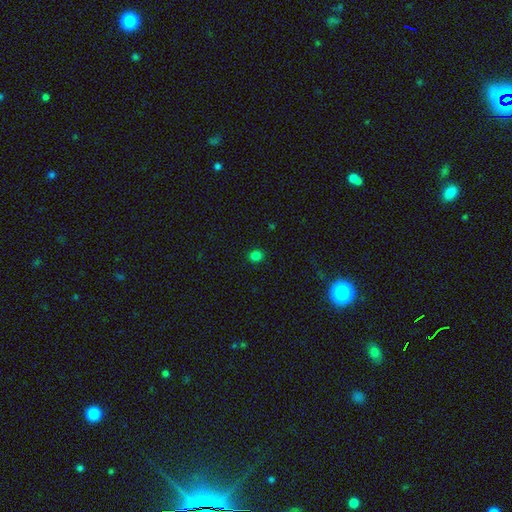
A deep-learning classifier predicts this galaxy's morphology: A smooth galaxy with no disk features (79%) that is round (69%).

Vote fractions:
- Smooth or featured? smooth: 79% / star or artifact: 17% / featured or disk: 3%
- How rounded? round: 69% / in between: 30% / cigar-shaped: 1%
- Merging? none: 89% / minor disturbance: 8% / major disturbance: 2% / merger: 1%